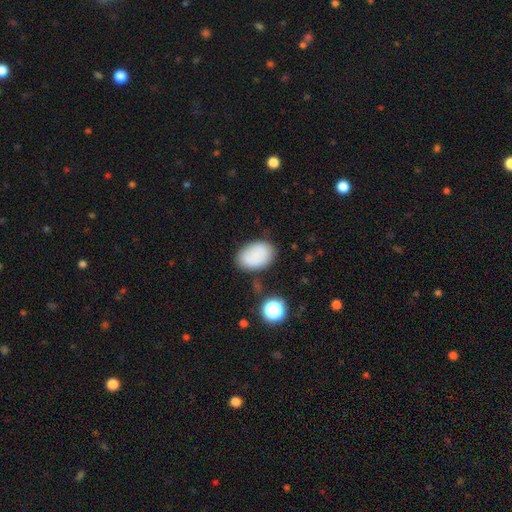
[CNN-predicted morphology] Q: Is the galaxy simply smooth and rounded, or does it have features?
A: smooth — 79%.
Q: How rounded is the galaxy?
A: in between — 83%.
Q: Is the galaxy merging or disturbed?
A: none — 73%.